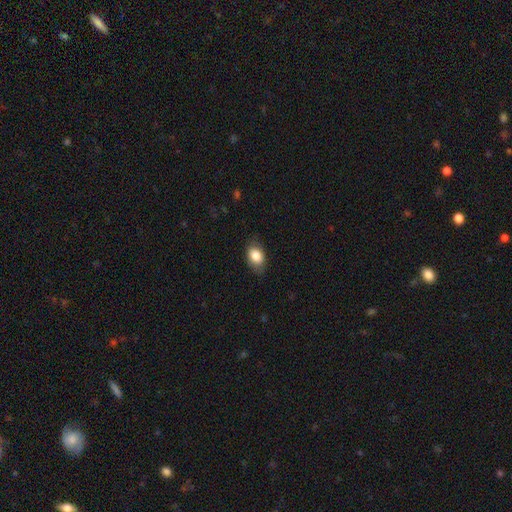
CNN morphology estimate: This appears to be a smooth galaxy with no disk features (82%) that is in between round and cigar-shaped (84%). Merging: none (78%).